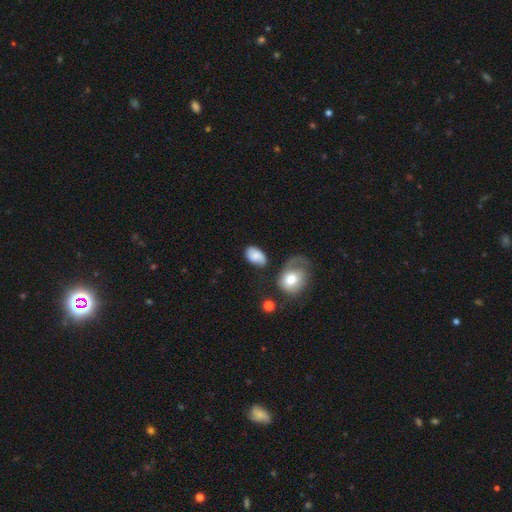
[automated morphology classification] The model was most divided on "merging": none: 58%, minor disturbance: 24%, major disturbance: 10%, merger: 8%. More confident: how rounded — in between (86%); smooth or featured — smooth (69%).